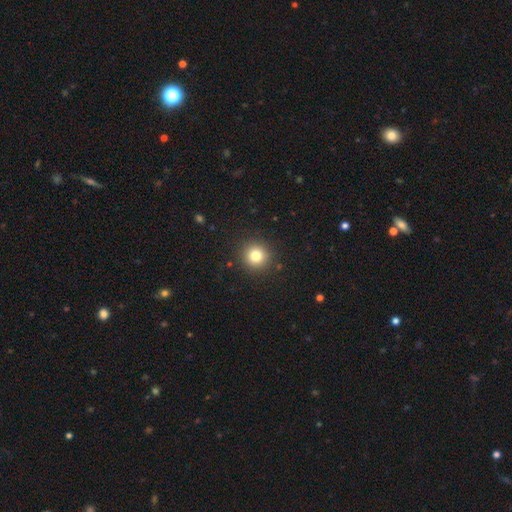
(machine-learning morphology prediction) Smooth or featured? smooth (80%)
How rounded? round (94%)
Merging? none (91%)